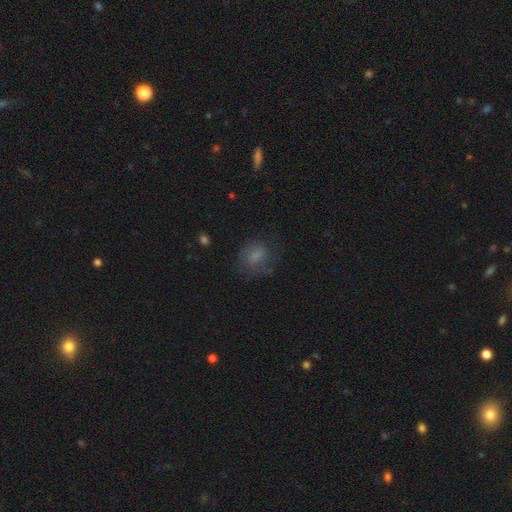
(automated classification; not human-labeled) A smooth galaxy with no disk features (62%) that is round (63%).

Vote fractions:
- Smooth or featured? smooth: 62% / featured or disk: 25% / star or artifact: 13%
- How rounded? round: 63% / in between: 36% / cigar-shaped: 1%
- Merging? none: 59% / minor disturbance: 22% / major disturbance: 17% / merger: 2%